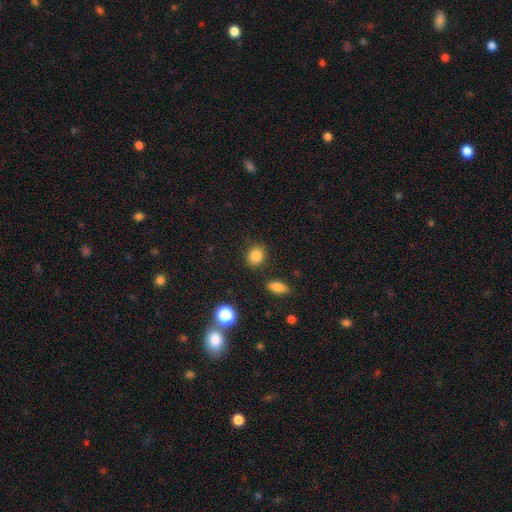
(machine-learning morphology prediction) A smooth galaxy with no disk features (85%) that is round (72%).

Vote fractions:
- Smooth or featured? smooth: 85% / star or artifact: 10% / featured or disk: 4%
- How rounded? round: 72% / in between: 27% / cigar-shaped: 1%
- Merging? none: 85% / minor disturbance: 9% / merger: 3% / major disturbance: 3%